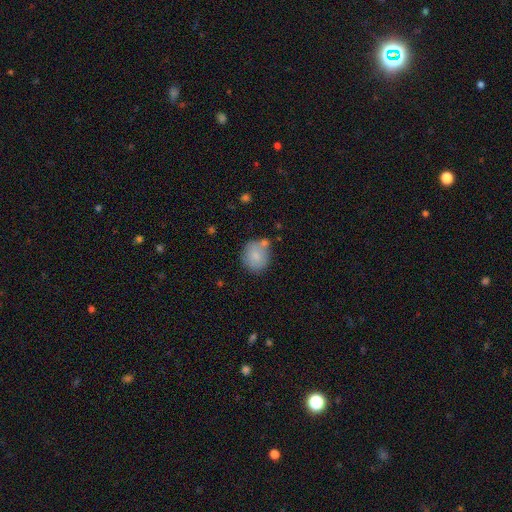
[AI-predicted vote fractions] smooth_or_featured: smooth (p=0.80) [alt: featured or disk p=0.12]
how_rounded: round (p=0.81) [alt: in between p=0.18]
merging: none (p=0.61) [alt: minor disturbance p=0.19]